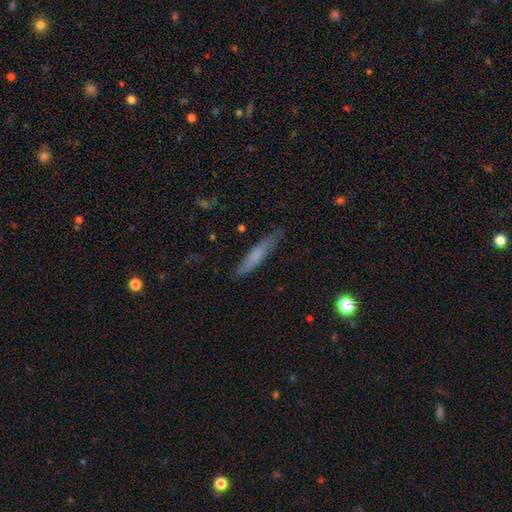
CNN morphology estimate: Q: Smooth or featured?
A: smooth (64%); runner-up: featured or disk (29%)
Q: How rounded?
A: cigar-shaped (90%); runner-up: in between (8%)
Q: Merging?
A: none (79%); runner-up: minor disturbance (16%)